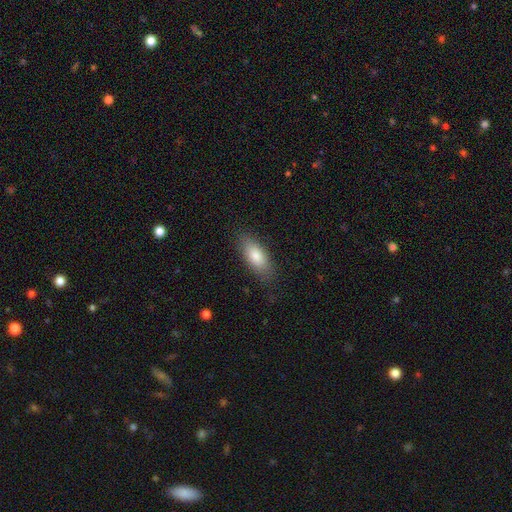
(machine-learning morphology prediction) smooth-or-featured: smooth: 81% | featured or disk: 13% | star or artifact: 7%
  how-rounded: in between: 80% | cigar-shaped: 18% | round: 2%
  merging: none: 82% | minor disturbance: 13% | major disturbance: 3% | merger: 1%